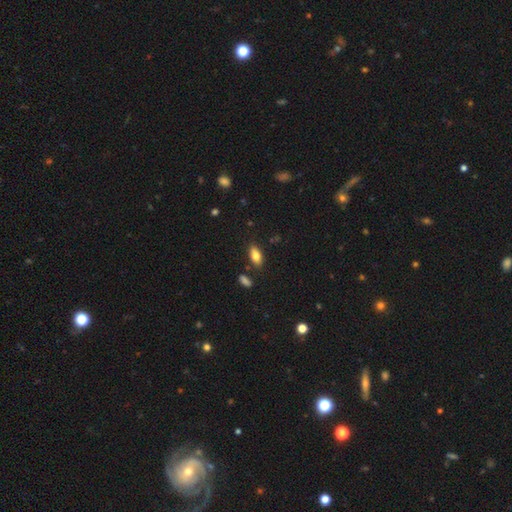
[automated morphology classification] smooth 81%, featured or disk 12%, star or artifact 8%. Down the decision tree: how rounded — in between (89%); merging — none (82%).